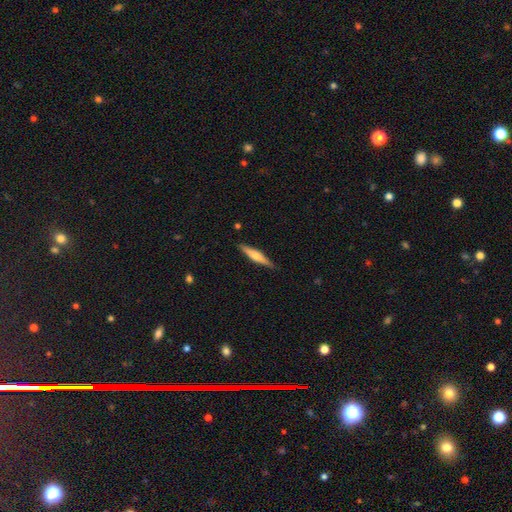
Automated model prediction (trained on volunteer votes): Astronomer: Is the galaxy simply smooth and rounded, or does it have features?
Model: featured or disk — 50% (runner-up: smooth, 44%).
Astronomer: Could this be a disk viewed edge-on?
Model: yes — 95%.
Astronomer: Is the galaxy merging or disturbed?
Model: none — 89%.